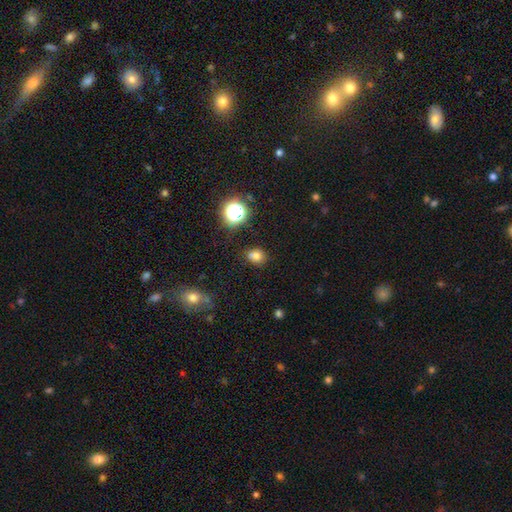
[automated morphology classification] This appears to be a smooth galaxy with no disk features (73%) that is round (62%). Merging: none (68%).